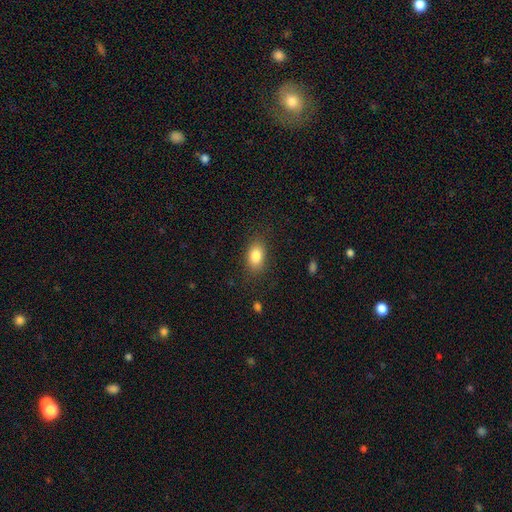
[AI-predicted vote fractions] smooth 84%, star or artifact 9%, featured or disk 8%. Down the decision tree: how rounded — in between (84%); merging — none (83%).